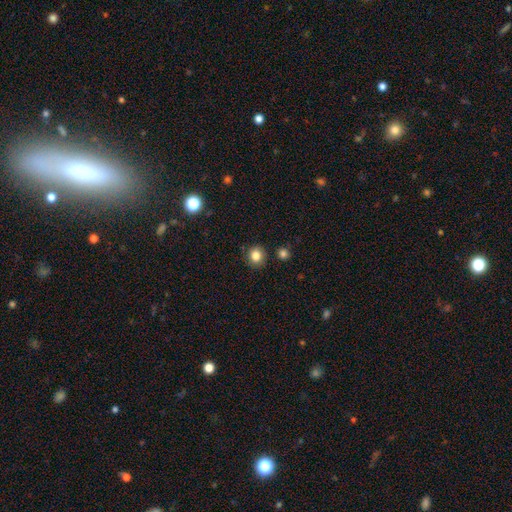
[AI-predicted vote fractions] Smooth or featured: smooth — 83% (star or artifact — 12%)
How rounded: round — 86% (in between — 13%)
Merging: none — 87% (minor disturbance — 8%)